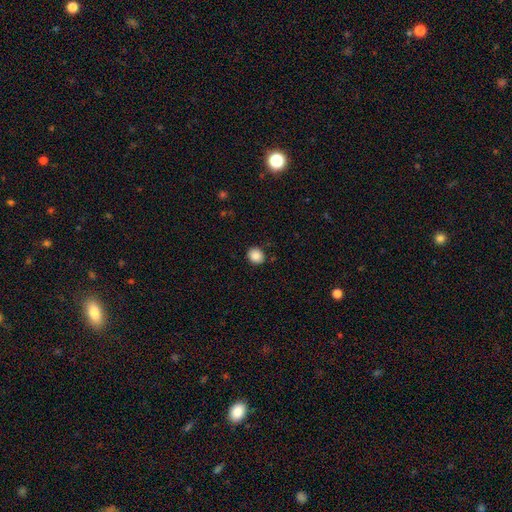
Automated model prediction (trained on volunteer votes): The model was most divided on "how rounded": round: 73%, in between: 26%, cigar-shaped: 1%. More confident: smooth or featured — smooth (87%); merging — none (87%).